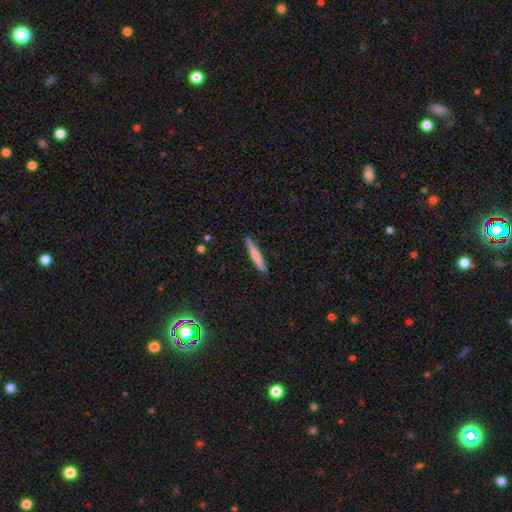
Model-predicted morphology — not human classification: Smooth or featured? smooth (69%)
How rounded? cigar-shaped (95%)
Merging? none (91%)